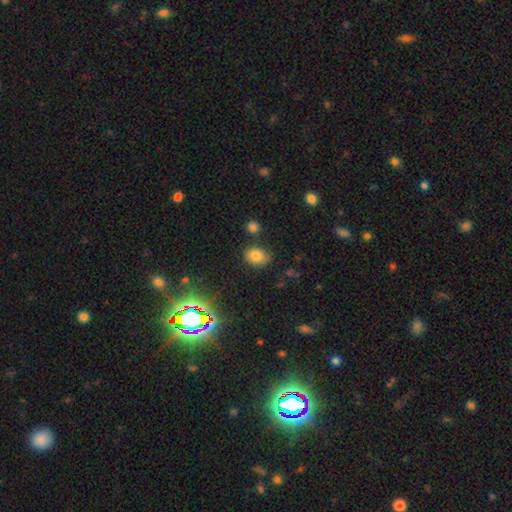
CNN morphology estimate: type=smooth (77%); roundness=in between (64%); merging=none (73%).